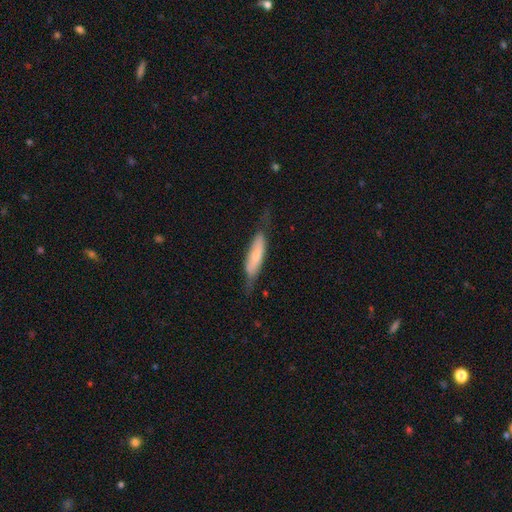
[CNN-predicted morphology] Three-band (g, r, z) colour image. It shows a smooth galaxy with no disk features (60%) that is cigar-shaped (67%). Merging: none (58%).